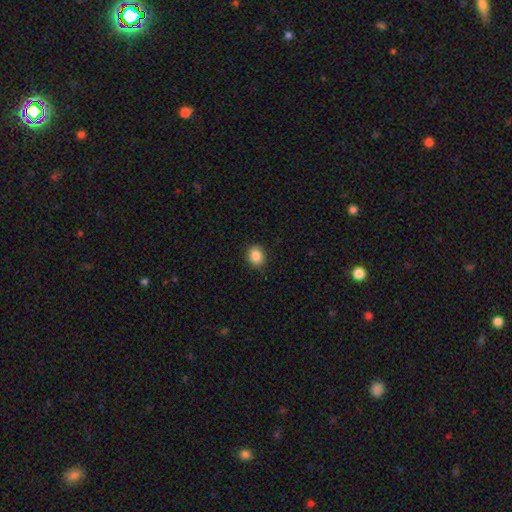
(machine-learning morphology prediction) type=smooth (86%); roundness=round (58%); merging=none (87%).